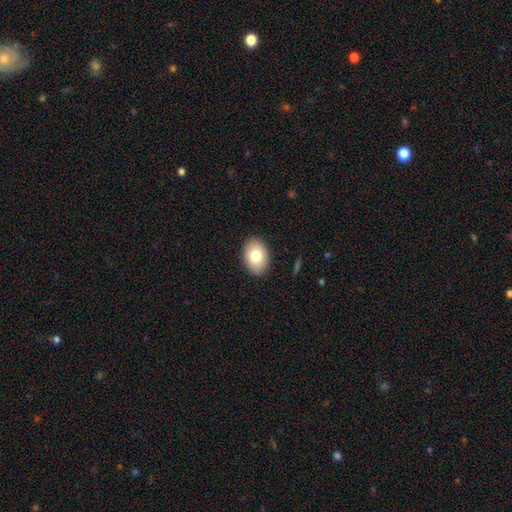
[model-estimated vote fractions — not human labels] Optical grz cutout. It shows a smooth galaxy with no disk features (79%) that is in between round and cigar-shaped (79%). Merging: none (89%).